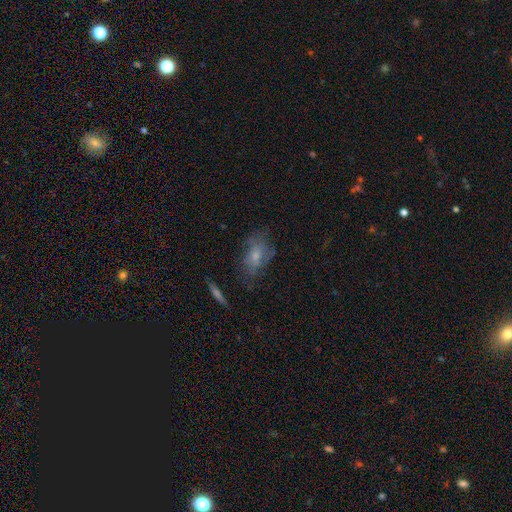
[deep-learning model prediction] Smooth or featured? Predicted: smooth (p=0.48). Merging? Predicted: none (p=0.53).